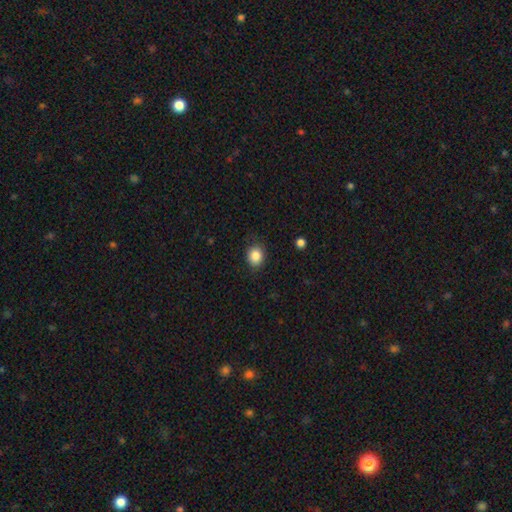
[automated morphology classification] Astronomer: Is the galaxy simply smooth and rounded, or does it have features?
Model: smooth — 85%.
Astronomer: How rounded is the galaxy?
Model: round — 63%.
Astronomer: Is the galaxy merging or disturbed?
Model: none — 83%.